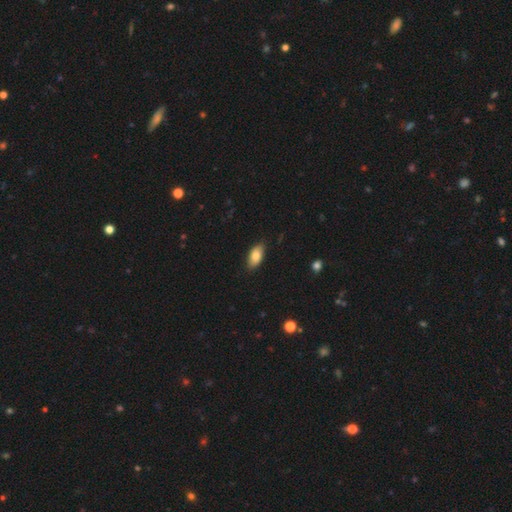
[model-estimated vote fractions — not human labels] Overall: smooth (82%). How rounded: in between (92%). Merging: none (83%).